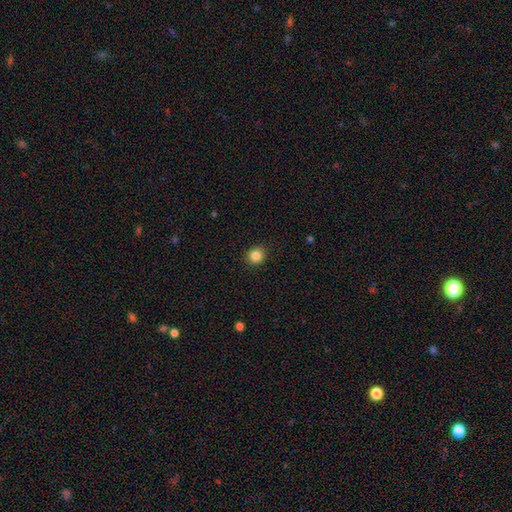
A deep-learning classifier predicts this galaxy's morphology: The model was most divided on "how rounded": round: 86%, in between: 13%, cigar-shaped: 1%. More confident: merging — none (90%); smooth or featured — smooth (85%).